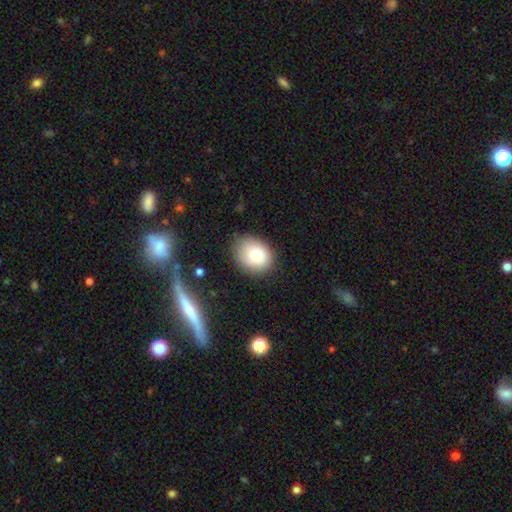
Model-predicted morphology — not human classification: This appears to be a smooth galaxy with no disk features (83%) that is in between round and cigar-shaped (56%). Merging: none (80%).